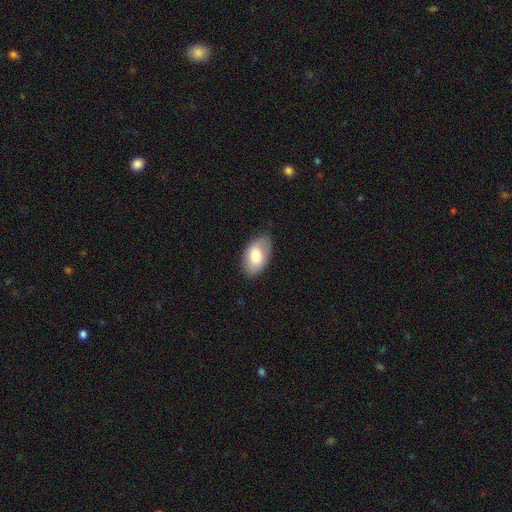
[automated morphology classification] smooth_or_featured: smooth (p=0.77) [alt: featured or disk p=0.17]
how_rounded: in between (p=0.94) [alt: round p=0.05]
merging: none (p=0.80) [alt: minor disturbance p=0.15]